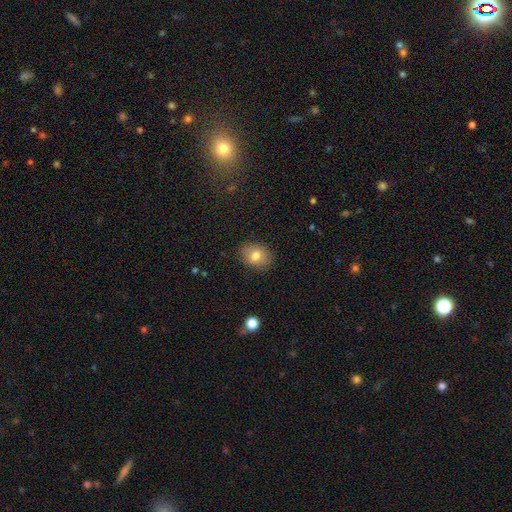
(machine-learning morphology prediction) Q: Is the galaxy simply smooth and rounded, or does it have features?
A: smooth — 79%.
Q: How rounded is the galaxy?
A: in between — 54%.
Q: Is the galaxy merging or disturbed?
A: none — 86%.